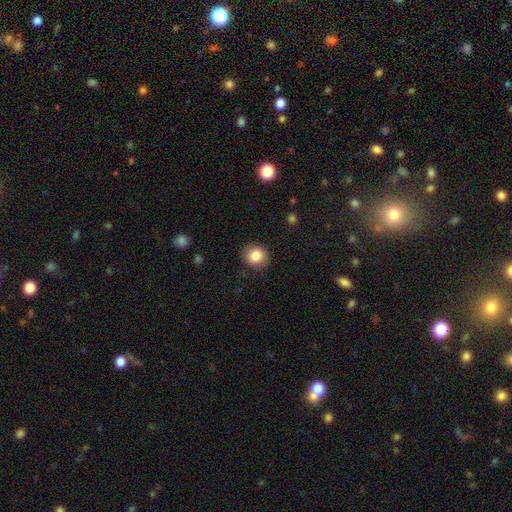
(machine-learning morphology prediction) The model was most divided on "how rounded": round: 80%, in between: 19%, cigar-shaped: 1%. More confident: merging — none (86%); smooth or featured — smooth (85%).